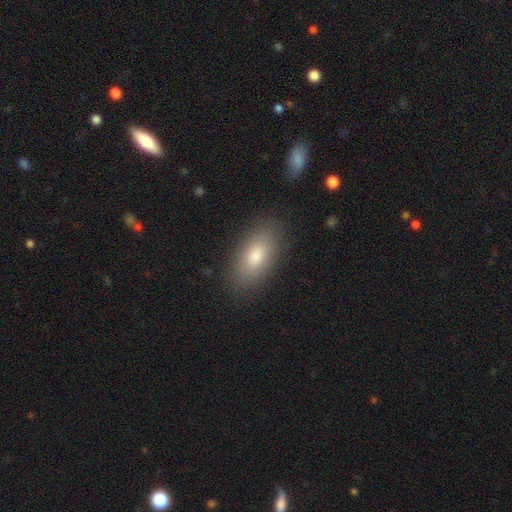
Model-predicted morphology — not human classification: Smooth or featured?
  - smooth: 80% *
  - featured or disk: 12%
  - star or artifact: 7%
How rounded?
  - in between: 91% *
  - cigar-shaped: 5%
  - round: 4%
Merging?
  - none: 86% *
  - minor disturbance: 10%
  - major disturbance: 3%
  - merger: 1%